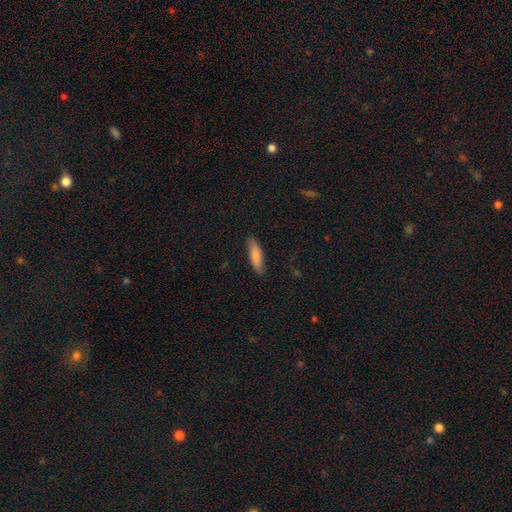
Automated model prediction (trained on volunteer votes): Morphology: type=smooth (81%); roundness=cigar-shaped (52%); merging=none (83%).